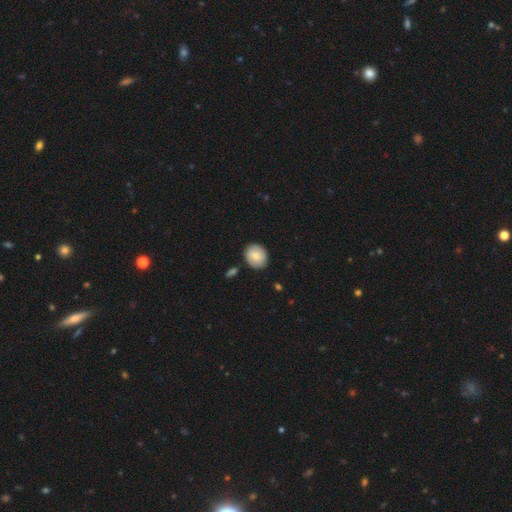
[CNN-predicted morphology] type=smooth (74%); roundness=round (61%); merging=none (84%).